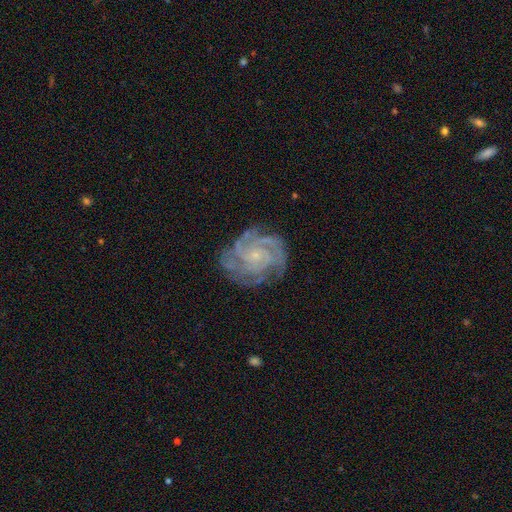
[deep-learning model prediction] Q: Smooth or featured?
A: featured or disk (88%); runner-up: star or artifact (7%)
Q: Edge-on disk?
A: no (98%); runner-up: yes (2%)
Q: Bar?
A: no (71%); runner-up: weak (23%)
Q: Spiral arms?
A: yes (98%); runner-up: no (2%)
Q: Spiral winding?
A: tight (70%); runner-up: medium (26%)
Q: Spiral arm count?
A: 4 (34%); runner-up: 3 (22%)
Q: Bulge size?
A: small (81%); runner-up: moderate (13%)
Q: Merging?
A: none (78%); runner-up: minor disturbance (16%)